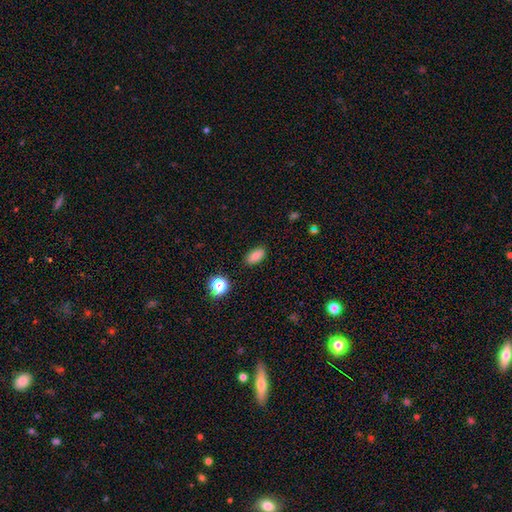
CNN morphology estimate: Overall: smooth (84%). How rounded: in between (89%). Merging: none (87%).